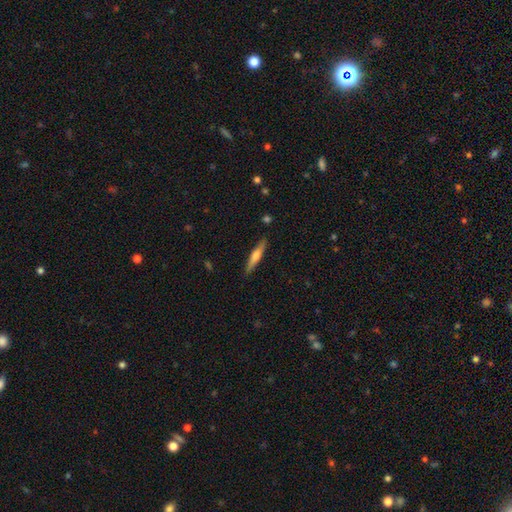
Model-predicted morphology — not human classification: A smooth galaxy with no disk features (54%) that is cigar-shaped (90%). Merging: none (88%).